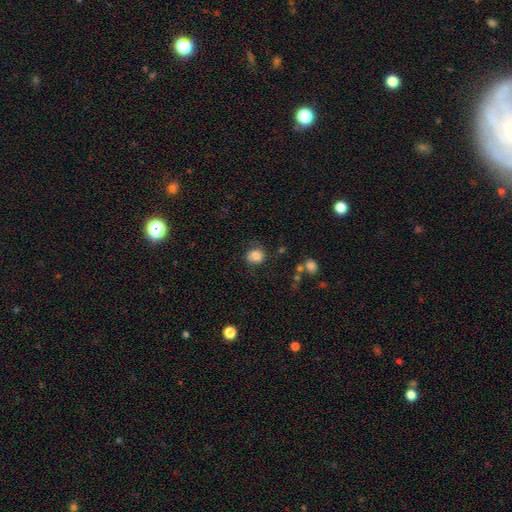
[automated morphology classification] A smooth galaxy with no disk features (79%) that is round (76%).

Vote fractions:
- Smooth or featured? smooth: 79% / featured or disk: 12% / star or artifact: 9%
- How rounded? round: 76% / in between: 23% / cigar-shaped: 1%
- Merging? none: 67% / minor disturbance: 22% / major disturbance: 9% / merger: 2%